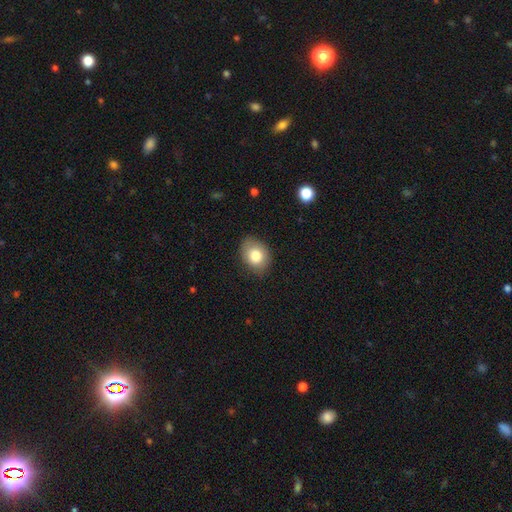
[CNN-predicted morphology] Overall: smooth (80%). How rounded: in between (62%; round 37%). Merging: none (81%).